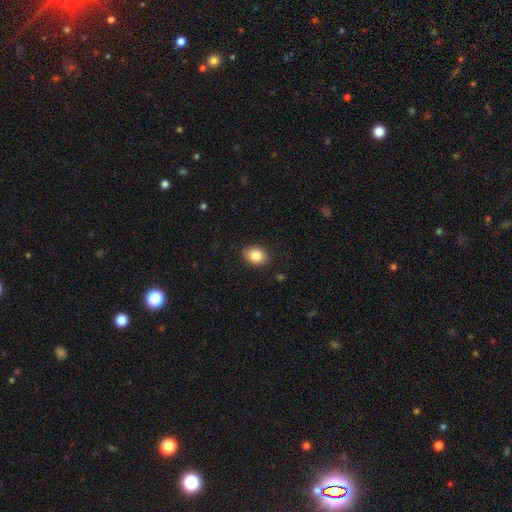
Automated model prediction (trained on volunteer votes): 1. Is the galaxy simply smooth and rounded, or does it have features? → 86% smooth, 8% star or artifact, 6% featured or disk.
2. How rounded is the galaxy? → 69% in between, 30% round, 1% cigar-shaped.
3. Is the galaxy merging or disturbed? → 85% none, 12% minor disturbance, 2% major disturbance, 1% merger.